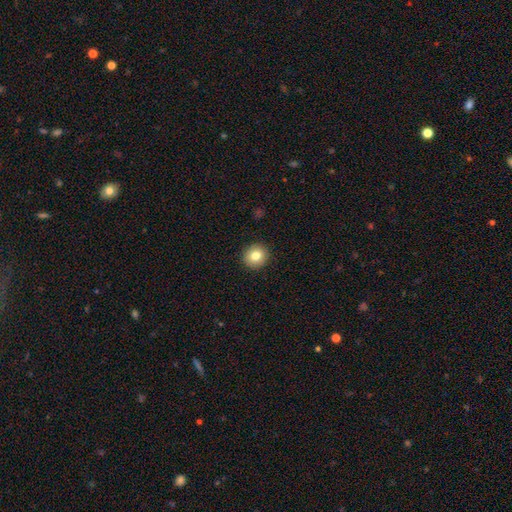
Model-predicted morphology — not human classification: Overall: smooth (81%). How rounded: round (86%). Merging: none (92%).